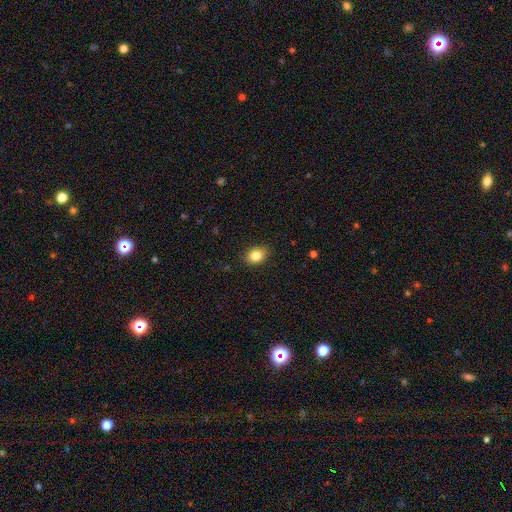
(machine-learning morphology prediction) smooth-or-featured: smooth: 84% | star or artifact: 10% | featured or disk: 6%
  how-rounded: in between: 60% | round: 39% | cigar-shaped: 1%
  merging: none: 85% | minor disturbance: 11% | major disturbance: 2% | merger: 1%